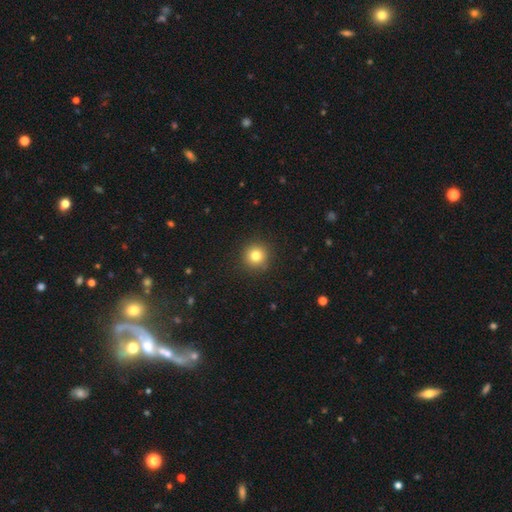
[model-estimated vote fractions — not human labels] Morphology: type=smooth (81%); roundness=round (95%); merging=none (91%).